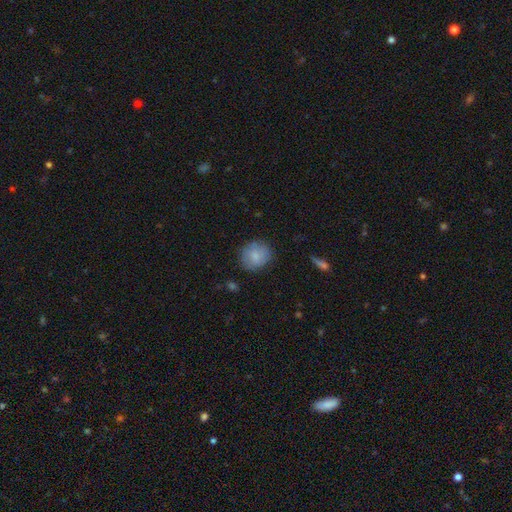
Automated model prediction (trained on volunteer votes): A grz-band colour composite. It shows a smooth galaxy with no disk features (80%) that is round (78%). Merging: none (79%).